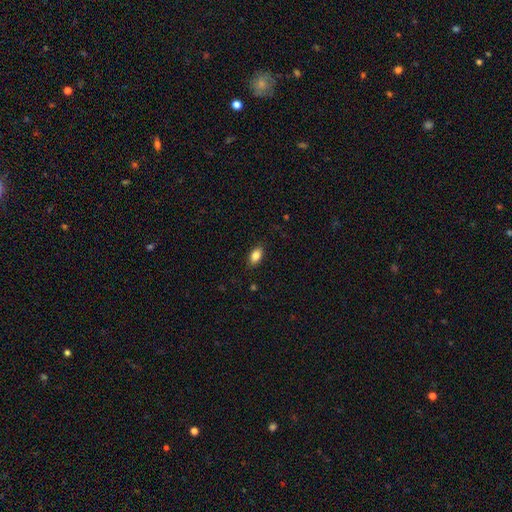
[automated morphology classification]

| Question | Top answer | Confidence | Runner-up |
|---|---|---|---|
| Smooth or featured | smooth | 84% | star or artifact (8%) |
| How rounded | in between | 89% | round (8%) |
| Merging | none | 87% | minor disturbance (10%) |